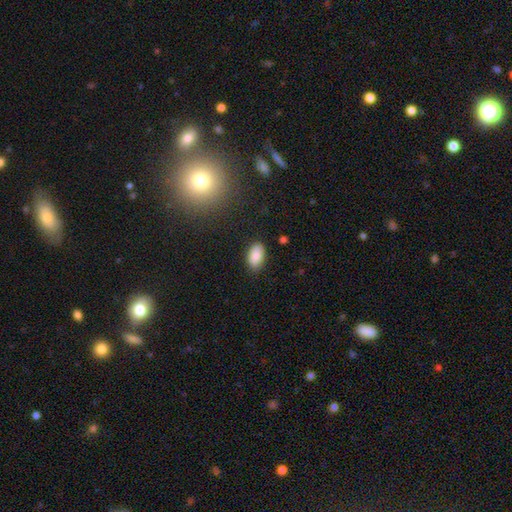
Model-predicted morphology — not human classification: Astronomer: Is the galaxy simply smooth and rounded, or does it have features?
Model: smooth — 88%.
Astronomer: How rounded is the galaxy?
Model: in between — 94%.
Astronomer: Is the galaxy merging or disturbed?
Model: none — 84%.